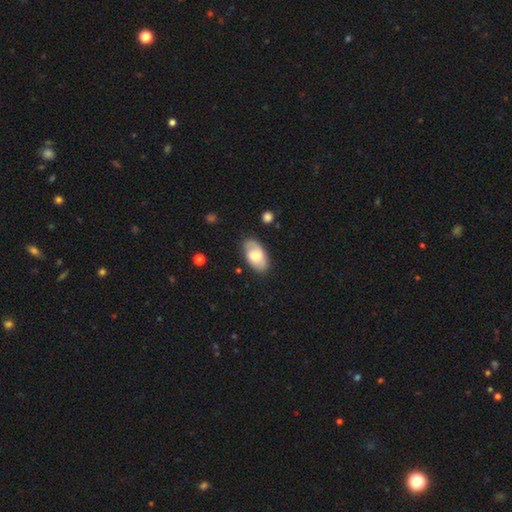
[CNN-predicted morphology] Smooth or featured: smooth — 66% (featured or disk — 27%)
How rounded: in between — 95% (round — 3%)
Merging: none — 77% (minor disturbance — 17%)